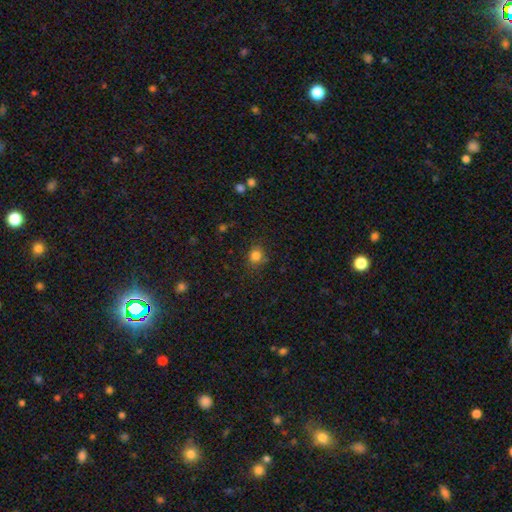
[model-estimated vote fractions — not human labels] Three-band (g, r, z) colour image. It shows a smooth galaxy with no disk features (81%) that is round (83%). Merging: none (78%).